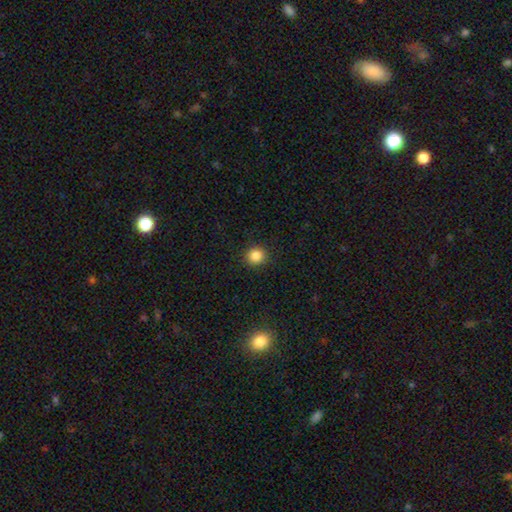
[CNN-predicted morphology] type=smooth (86%); roundness=round (90%); merging=none (91%).